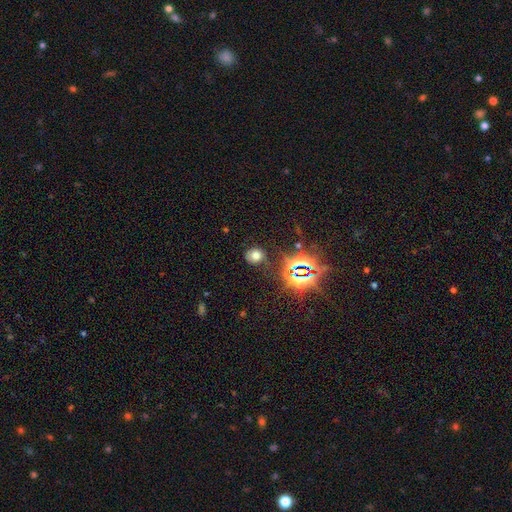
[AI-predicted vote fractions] Smooth or featured? Predicted: smooth (p=0.61). How rounded? Predicted: round (p=0.75). Merging? Predicted: none (p=0.75).